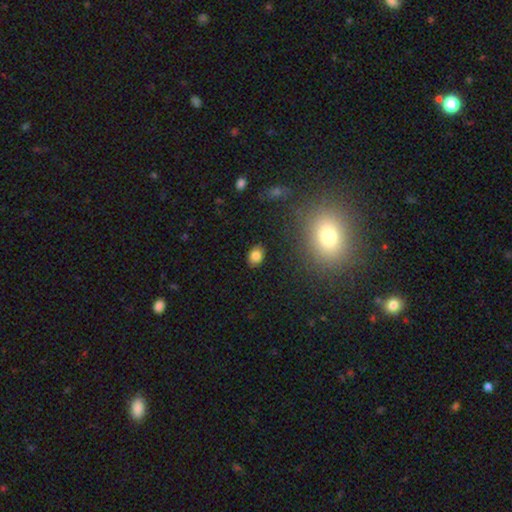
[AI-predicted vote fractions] Q: Smooth or featured?
A: smooth (82%); runner-up: star or artifact (11%)
Q: How rounded?
A: in between (67%); runner-up: round (32%)
Q: Merging?
A: none (87%); runner-up: minor disturbance (9%)